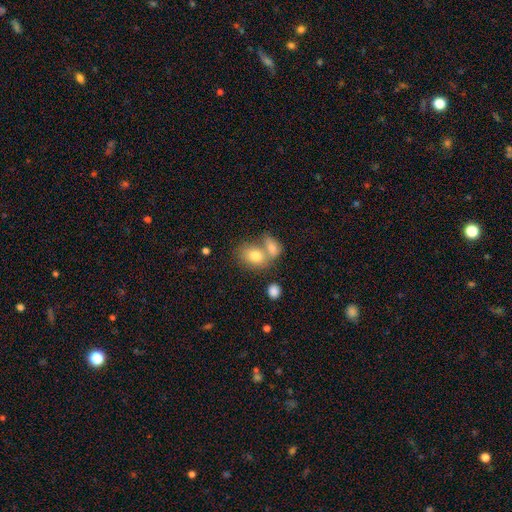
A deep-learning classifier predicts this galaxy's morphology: smooth 78%, featured or disk 14%, star or artifact 9%. Down the decision tree: how rounded — in between (71%); merging — merger (53%).